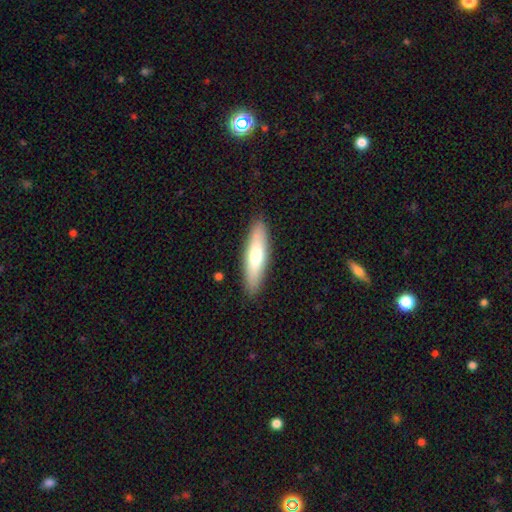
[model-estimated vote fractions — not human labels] Morphology: type=smooth (70%); roundness=cigar-shaped (72%); merging=none (89%).